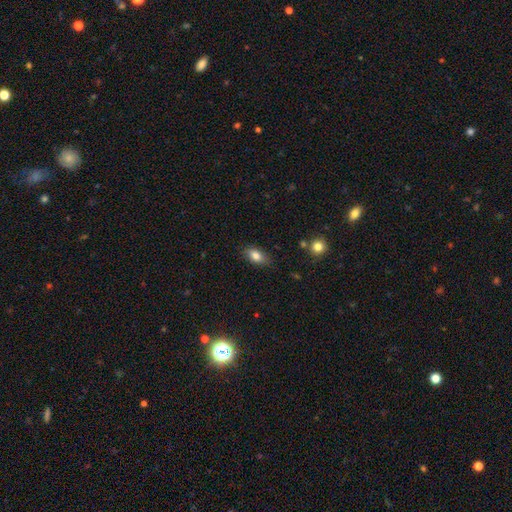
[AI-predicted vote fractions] Morphology: type=smooth (81%); roundness=in between (87%); merging=none (83%).